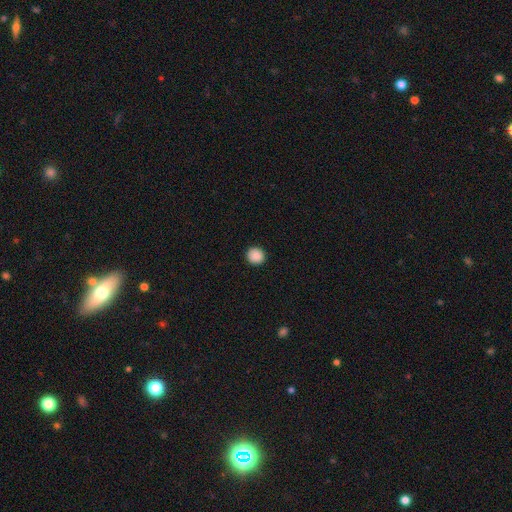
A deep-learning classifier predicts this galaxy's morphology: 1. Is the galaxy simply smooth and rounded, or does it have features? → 88% smooth, 9% star or artifact, 3% featured or disk.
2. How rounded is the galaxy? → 94% round, 5% in between, 1% cigar-shaped.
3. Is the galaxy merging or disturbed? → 93% none, 4% minor disturbance, 1% major disturbance, 1% merger.